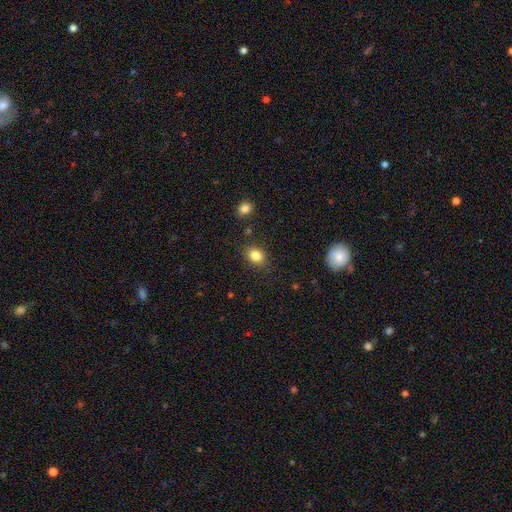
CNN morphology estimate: Q: Smooth or featured?
A: smooth (84%); runner-up: star or artifact (10%)
Q: How rounded?
A: in between (60%); runner-up: round (39%)
Q: Merging?
A: none (84%); runner-up: minor disturbance (11%)